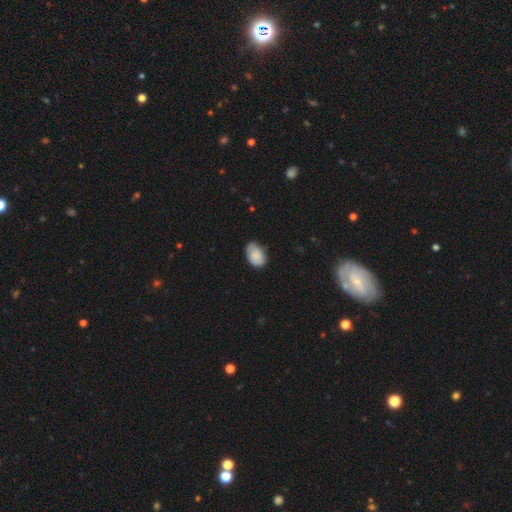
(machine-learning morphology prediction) Overall: smooth (85%). How rounded: in between (86%). Merging: none (65%; minor disturbance 30%).